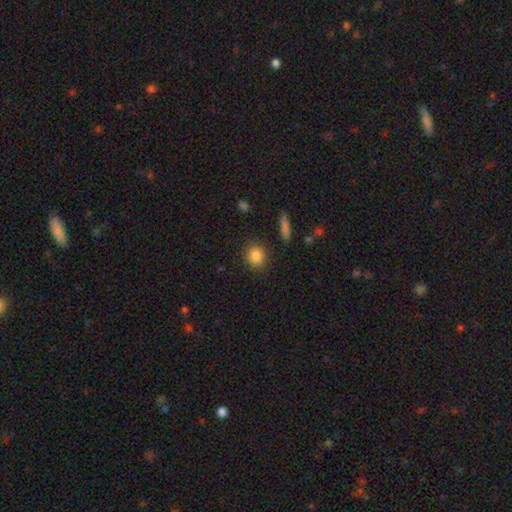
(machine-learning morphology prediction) A smooth galaxy with no disk features (85%) that is round (72%).

Vote fractions:
- Smooth or featured? smooth: 85% / star or artifact: 10% / featured or disk: 6%
- How rounded? round: 72% / in between: 26% / cigar-shaped: 2%
- Merging? none: 88% / minor disturbance: 8% / major disturbance: 3% / merger: 2%